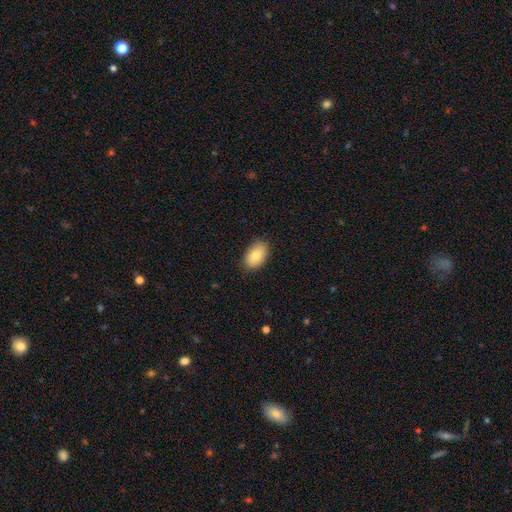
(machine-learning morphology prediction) smooth_or_featured: smooth (p=0.83) [alt: featured or disk p=0.10]
how_rounded: in between (p=0.90) [alt: round p=0.08]
merging: none (p=0.85) [alt: minor disturbance p=0.12]